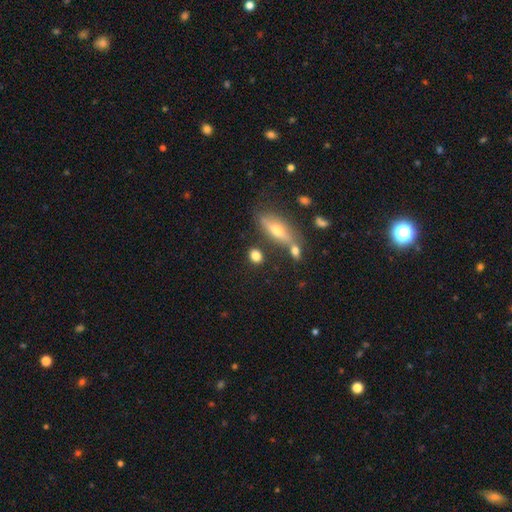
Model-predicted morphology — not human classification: A smooth galaxy with no disk features (75%) that is round (49%).

Vote fractions:
- Smooth or featured? smooth: 75% / featured or disk: 14% / star or artifact: 11%
- How rounded? round: 49% / in between: 42% / cigar-shaped: 9%
- Merging? none: 75% / merger: 11% / minor disturbance: 10% / major disturbance: 4%